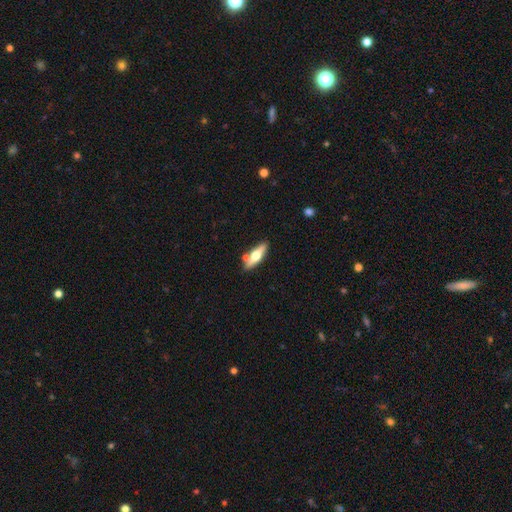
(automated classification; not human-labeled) Morphology: type=featured or disk (51%); edge-on=yes (89%); merging=none (77%).